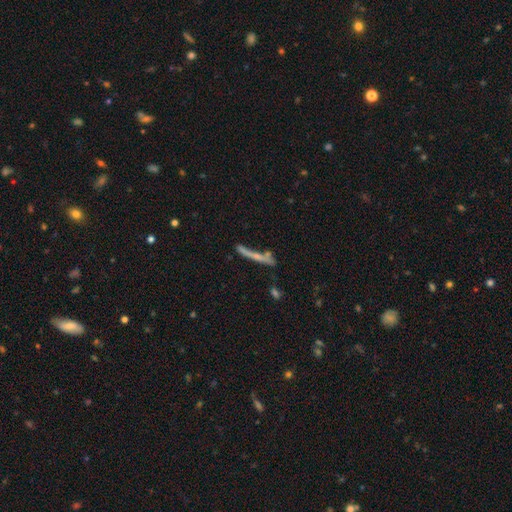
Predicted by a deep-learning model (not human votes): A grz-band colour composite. It shows a featured or disk galaxy (45%). Merging: none (56%).